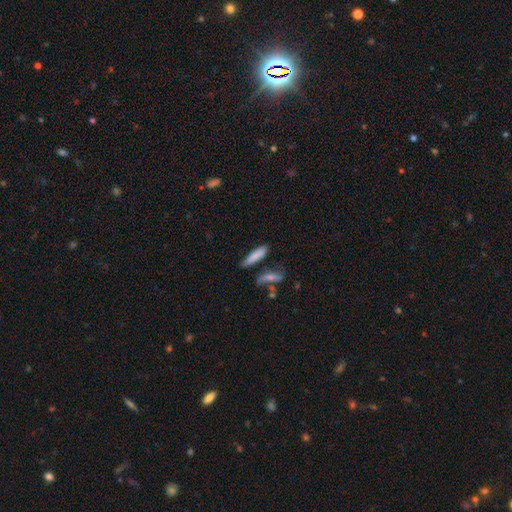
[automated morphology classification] Smooth or featured? smooth (78%)
How rounded? cigar-shaped (78%)
Merging? none (72%)